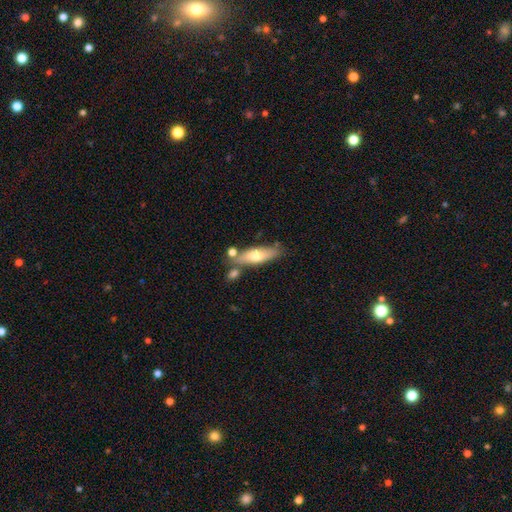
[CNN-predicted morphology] A smooth galaxy with no disk features (59%) that is cigar-shaped (55%). Merging: none (66%).